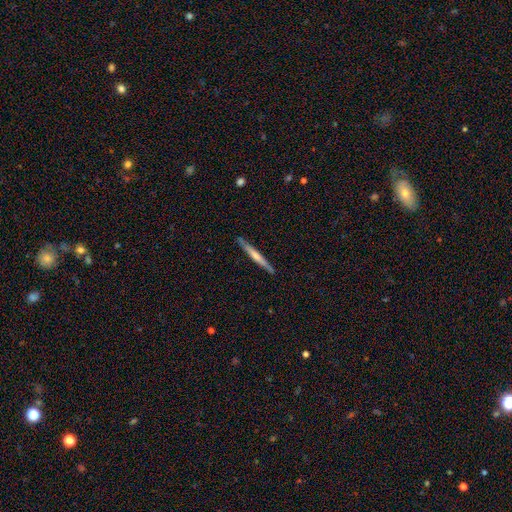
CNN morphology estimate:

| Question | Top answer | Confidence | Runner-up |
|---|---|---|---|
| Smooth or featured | featured or disk | 67% | smooth (27%) |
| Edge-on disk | yes | 98% | no (2%) |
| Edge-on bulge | rounded | 64% | none (27%) |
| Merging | none | 91% | minor disturbance (7%) |